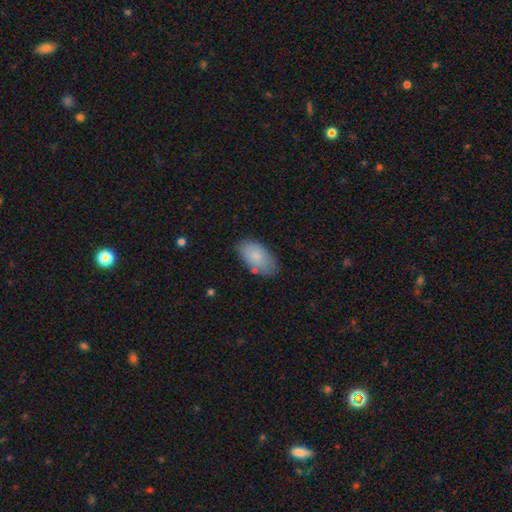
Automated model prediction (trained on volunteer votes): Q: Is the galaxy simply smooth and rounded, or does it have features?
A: smooth — 80%.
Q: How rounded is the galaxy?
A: in between — 95%.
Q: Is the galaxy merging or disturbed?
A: none — 76%.